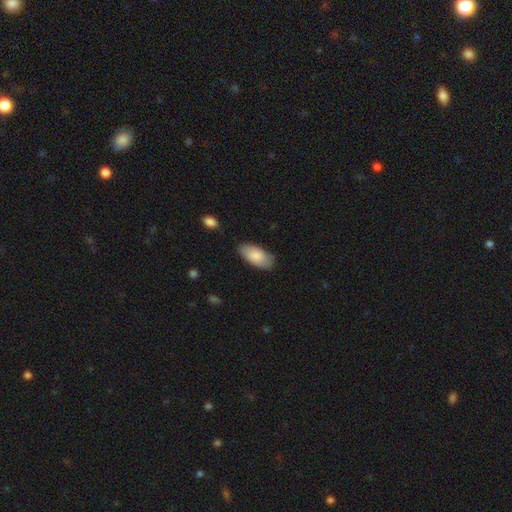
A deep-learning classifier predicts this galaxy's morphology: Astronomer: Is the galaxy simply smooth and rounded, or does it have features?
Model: smooth — 83%.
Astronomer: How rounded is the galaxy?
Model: in between — 93%.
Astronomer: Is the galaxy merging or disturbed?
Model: none — 79%.